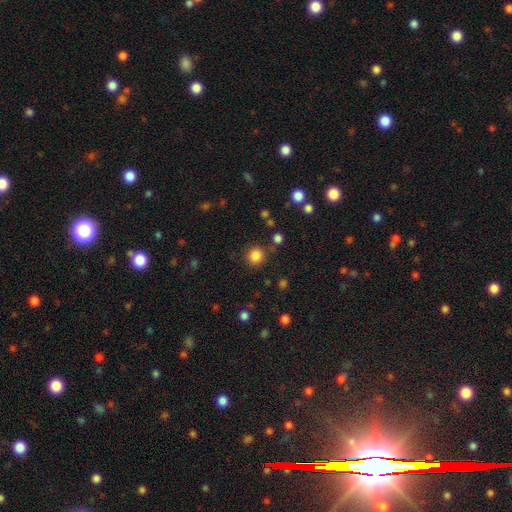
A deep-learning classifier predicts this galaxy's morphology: Q: Smooth or featured?
A: smooth (84%); runner-up: star or artifact (12%)
Q: How rounded?
A: round (90%); runner-up: in between (10%)
Q: Merging?
A: none (84%); runner-up: minor disturbance (8%)